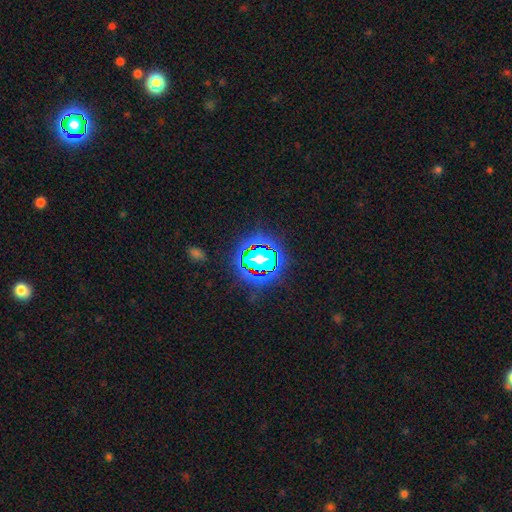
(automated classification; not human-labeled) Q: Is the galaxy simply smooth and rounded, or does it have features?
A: star or artifact — 60%.